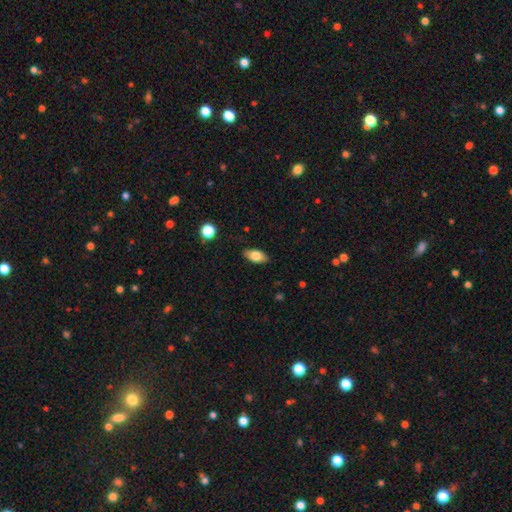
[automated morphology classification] type=smooth (77%); roundness=in between (89%); merging=none (85%).